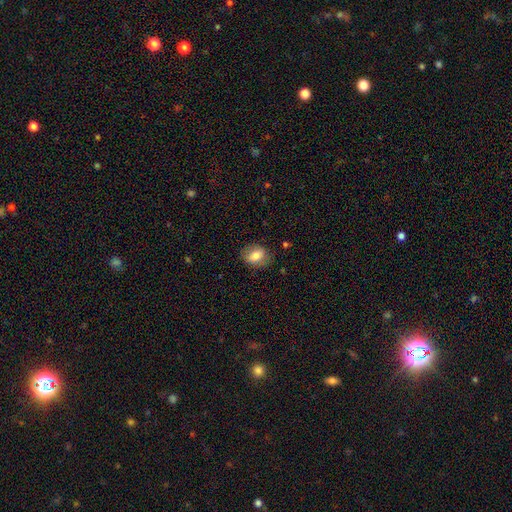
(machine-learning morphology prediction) smooth 75%, featured or disk 16%, star or artifact 8%. Down the decision tree: how rounded — in between (68%); merging — none (77%).